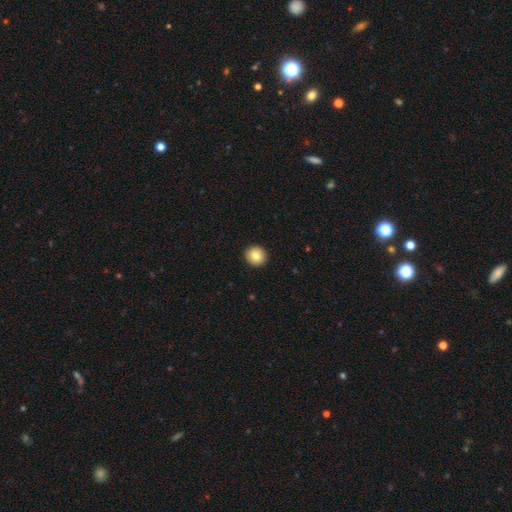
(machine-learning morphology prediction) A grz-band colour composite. It shows a smooth galaxy with no disk features (83%) that is round (90%). Merging: none (93%).